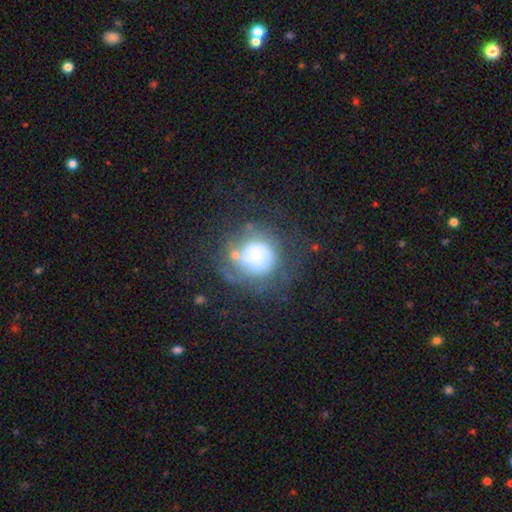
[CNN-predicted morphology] The model was most divided on "bulge size": small: 29%, large: 25%, moderate: 22%, none: 13%, dominant: 11%. Remaining: edge-on disk — no (98%); bar — no (77%); spiral arms — yes (66%); smooth or featured — featured or disk (54%); merging — none (46%).